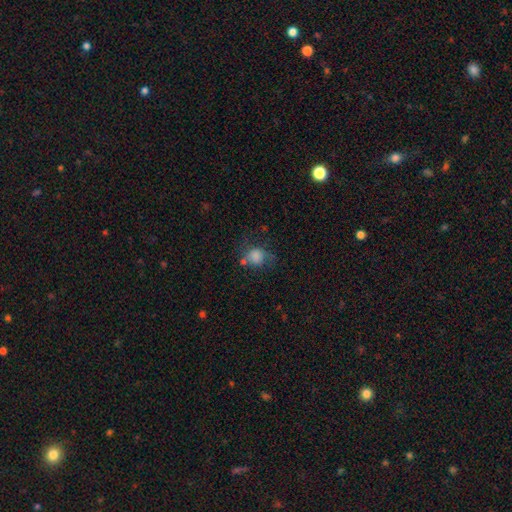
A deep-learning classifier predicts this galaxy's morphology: Smooth or featured?
  - smooth: 74% *
  - featured or disk: 14%
  - star or artifact: 12%
How rounded?
  - round: 71% *
  - in between: 28%
  - cigar-shaped: 1%
Merging?
  - none: 51% *
  - minor disturbance: 25%
  - major disturbance: 15%
  - merger: 9%